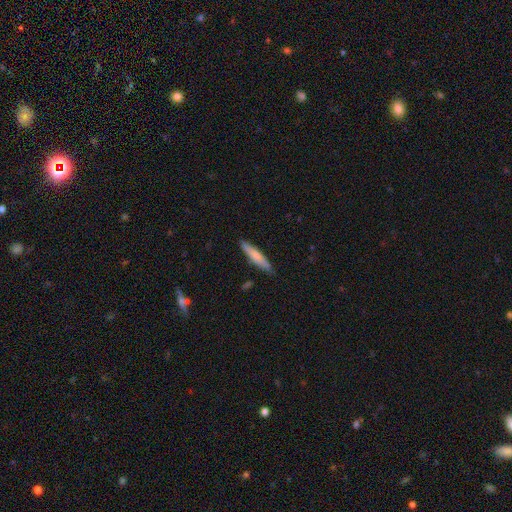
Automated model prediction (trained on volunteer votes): A smooth galaxy with no disk features (72%) that is cigar-shaped (87%). Merging: none (84%).